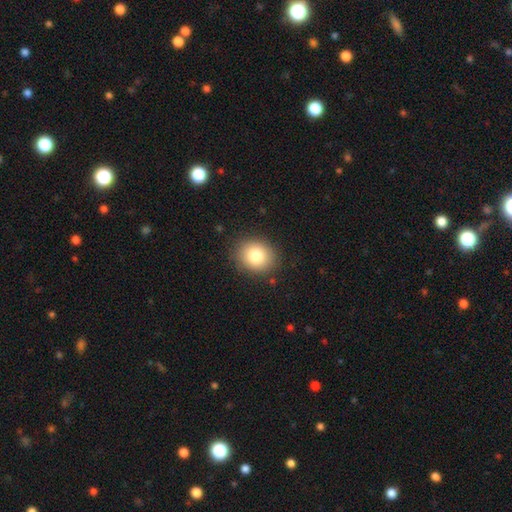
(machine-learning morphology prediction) Q: Smooth or featured?
A: smooth (81%); runner-up: star or artifact (10%)
Q: How rounded?
A: round (68%); runner-up: in between (32%)
Q: Merging?
A: none (88%); runner-up: minor disturbance (9%)